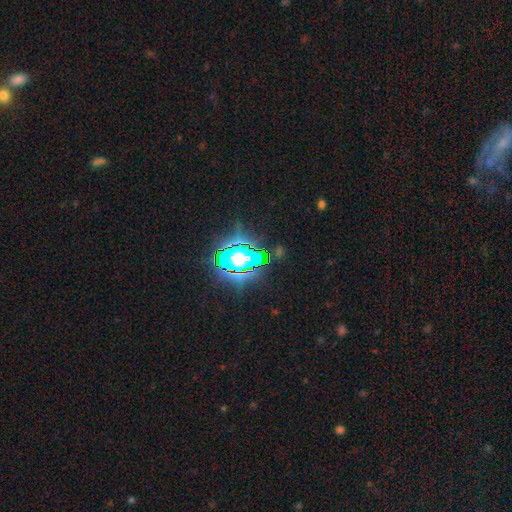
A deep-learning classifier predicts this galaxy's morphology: Q: Smooth or featured?
A: star or artifact (81%); runner-up: smooth (12%)